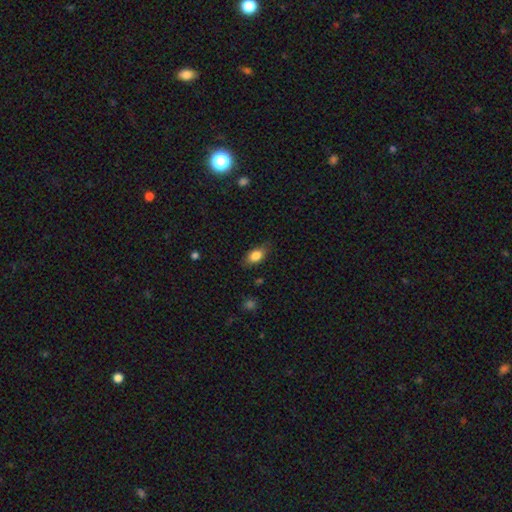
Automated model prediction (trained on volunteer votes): smooth 83%, featured or disk 9%, star or artifact 8%. Down the decision tree: how rounded — in between (85%); merging — none (76%).